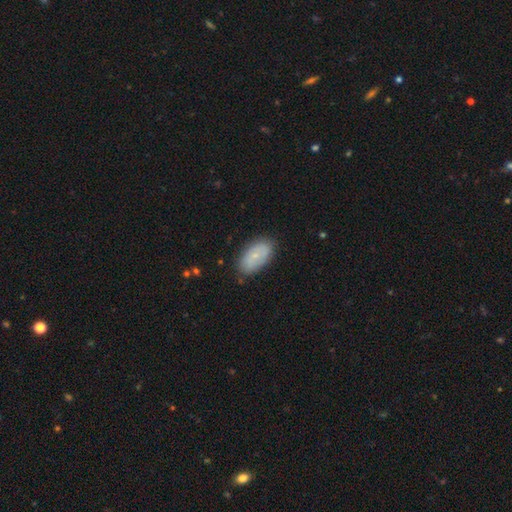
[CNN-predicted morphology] smooth-or-featured: smooth: 69% | featured or disk: 24% | star or artifact: 7%
  how-rounded: in between: 94% | round: 4% | cigar-shaped: 3%
  merging: none: 81% | minor disturbance: 15% | major disturbance: 3% | merger: 1%